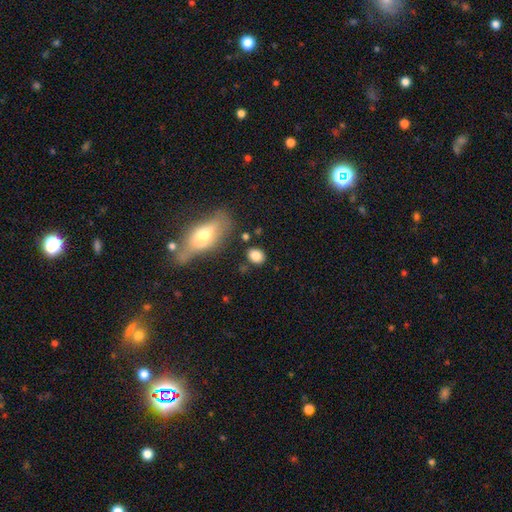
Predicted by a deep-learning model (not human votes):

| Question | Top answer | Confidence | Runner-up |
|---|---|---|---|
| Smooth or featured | smooth | 83% | star or artifact (9%) |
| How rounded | in between | 56% | round (42%) |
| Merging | none | 78% | minor disturbance (12%) |